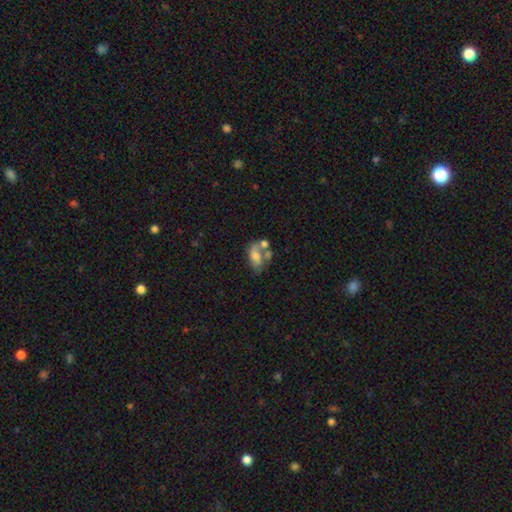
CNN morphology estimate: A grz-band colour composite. It shows a smooth galaxy with no disk features (55%) that is in between round and cigar-shaped (86%). Merging: merger (40%).